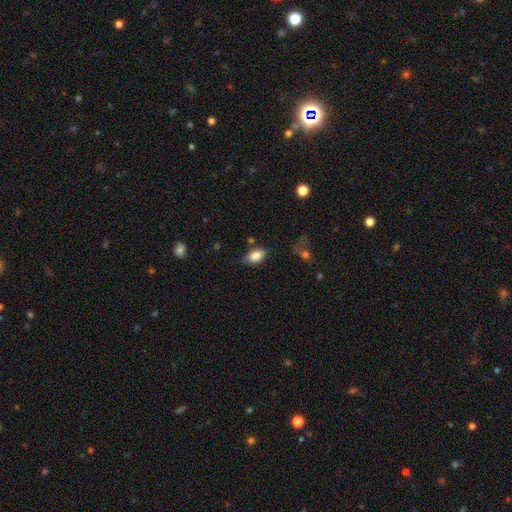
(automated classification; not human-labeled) smooth 83%, featured or disk 10%, star or artifact 8%. Down the decision tree: how rounded — in between (90%); merging — none (72%).